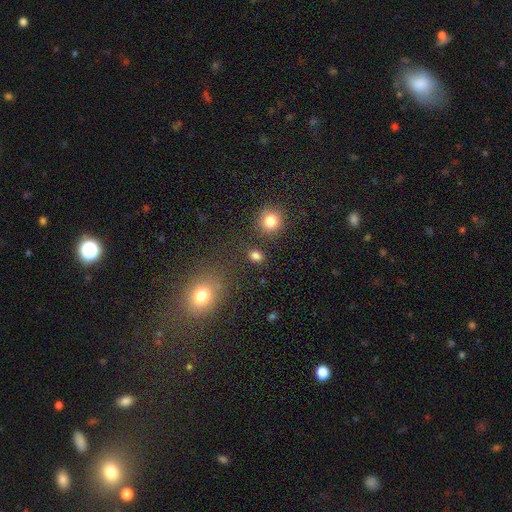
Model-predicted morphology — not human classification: smooth-or-featured: smooth: 82% | star or artifact: 13% | featured or disk: 5%
  how-rounded: in between: 54% | round: 45% | cigar-shaped: 2%
  merging: none: 82% | minor disturbance: 9% | merger: 5% | major disturbance: 3%